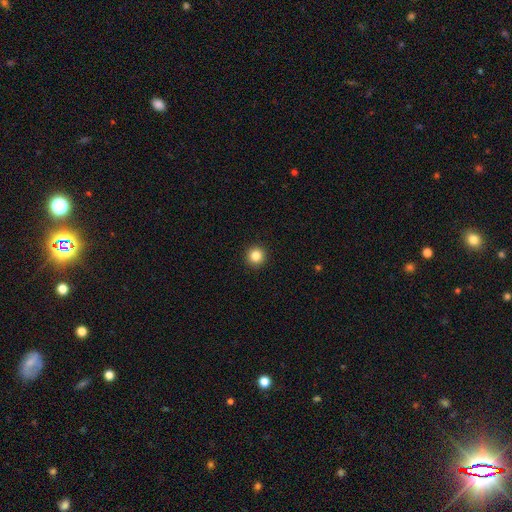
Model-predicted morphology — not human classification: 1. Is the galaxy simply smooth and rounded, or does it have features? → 84% smooth, 11% star or artifact, 5% featured or disk.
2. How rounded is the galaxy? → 96% round, 3% in between, 1% cigar-shaped.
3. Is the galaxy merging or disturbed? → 94% none, 4% minor disturbance, 1% major disturbance, 1% merger.